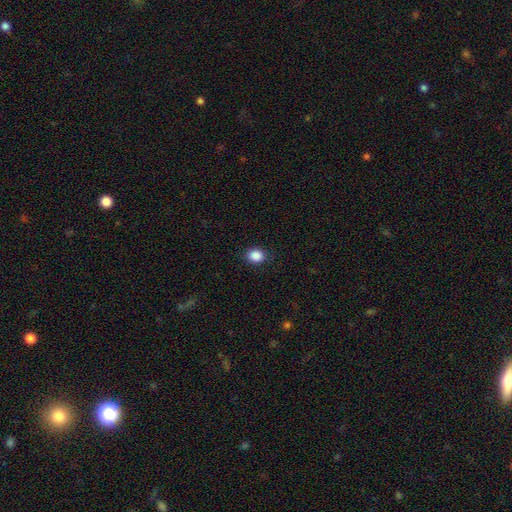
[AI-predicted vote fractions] Smooth or featured? smooth (88%)
How rounded? round (51%)
Merging? none (88%)